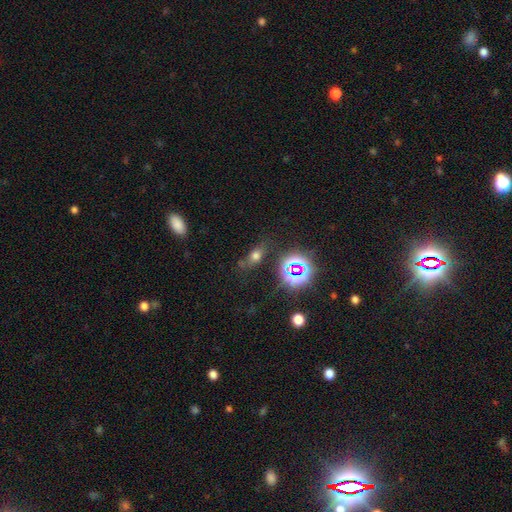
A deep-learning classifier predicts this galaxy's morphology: type=smooth (56%); roundness=in between (71%); merging=none (67%).